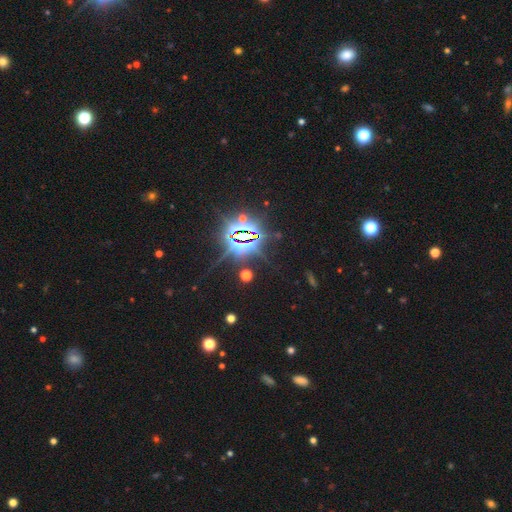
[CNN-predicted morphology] Smooth or featured?
  - star or artifact: 85% *
  - smooth: 8%
  - featured or disk: 7%